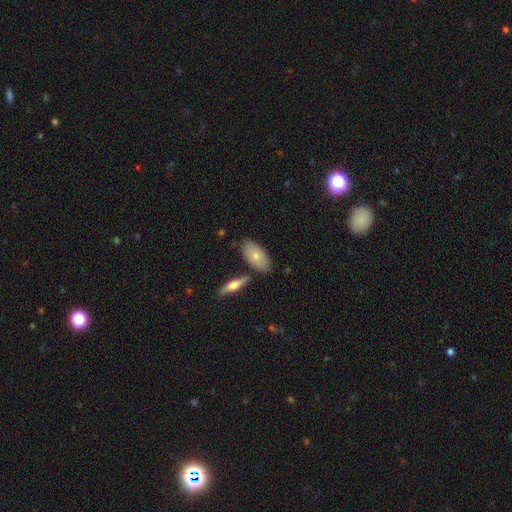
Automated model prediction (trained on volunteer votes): The model was most divided on "smooth or featured": smooth: 74%, featured or disk: 20%, star or artifact: 6%. More confident: how rounded — in between (91%); merging — none (74%).